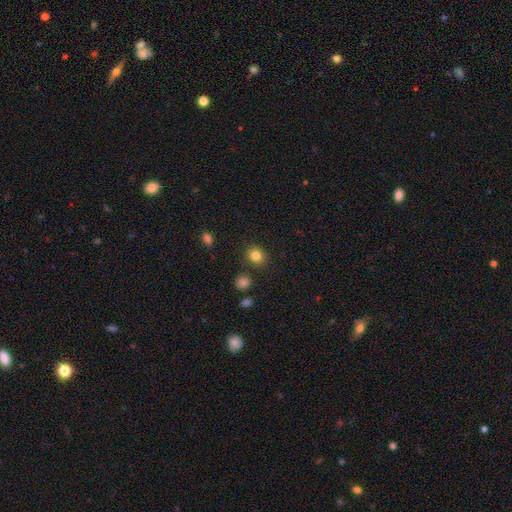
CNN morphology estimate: A smooth galaxy with no disk features (82%) that is round (75%).

Vote fractions:
- Smooth or featured? smooth: 82% / star or artifact: 11% / featured or disk: 6%
- How rounded? round: 75% / in between: 24% / cigar-shaped: 1%
- Merging? none: 85% / minor disturbance: 9% / merger: 3% / major disturbance: 3%